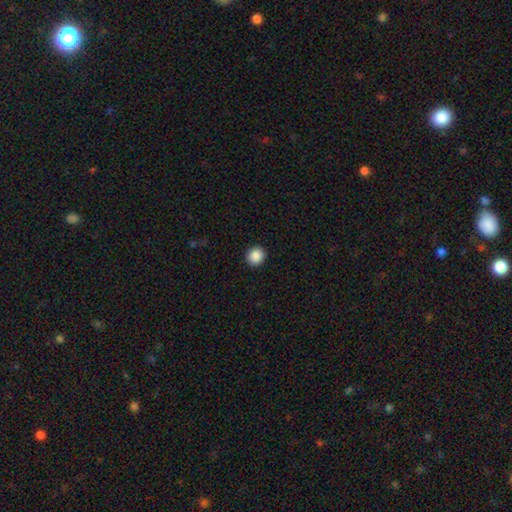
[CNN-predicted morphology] smooth-or-featured: smooth: 88% | star or artifact: 9% | featured or disk: 3%
  how-rounded: round: 93% | in between: 6% | cigar-shaped: 1%
  merging: none: 93% | minor disturbance: 4% | major disturbance: 2% | merger: 1%